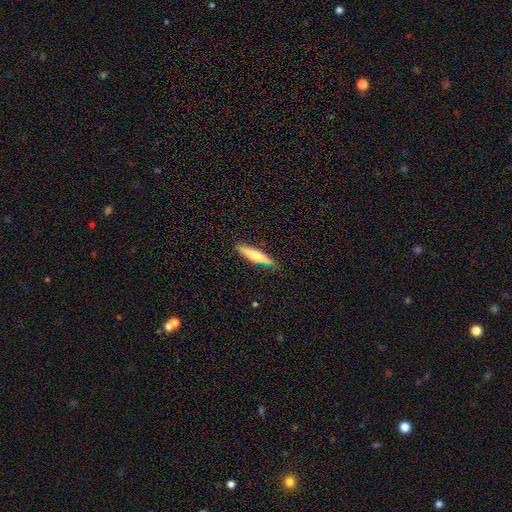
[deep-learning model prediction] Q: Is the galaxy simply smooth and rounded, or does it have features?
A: smooth — 61%.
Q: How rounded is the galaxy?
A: cigar-shaped — 82%.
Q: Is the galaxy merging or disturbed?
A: none — 83%.